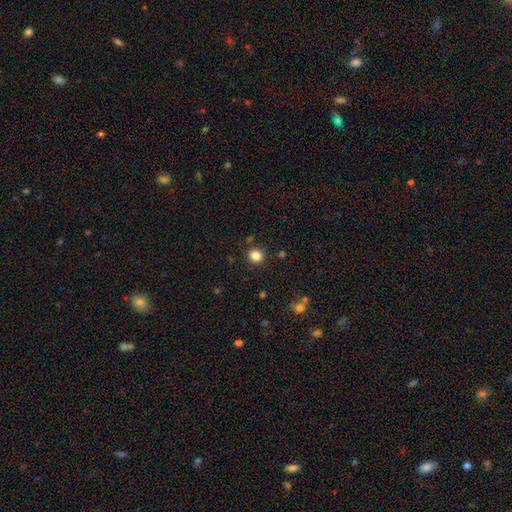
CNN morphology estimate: Smooth or featured: smooth — 84% (star or artifact — 12%)
How rounded: round — 87% (in between — 12%)
Merging: none — 88% (minor disturbance — 7%)